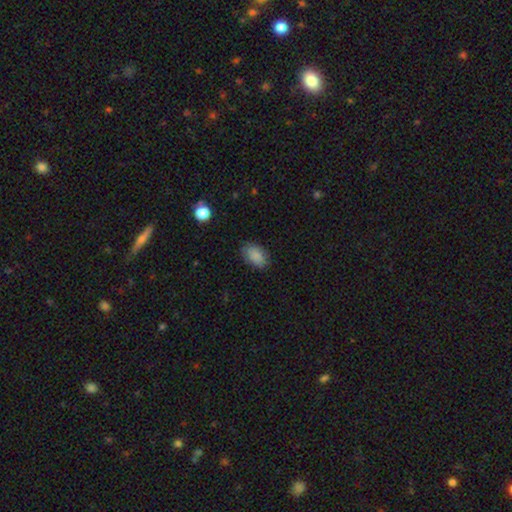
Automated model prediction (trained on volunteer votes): Smooth or featured? smooth (88%)
How rounded? in between (90%)
Merging? none (83%)